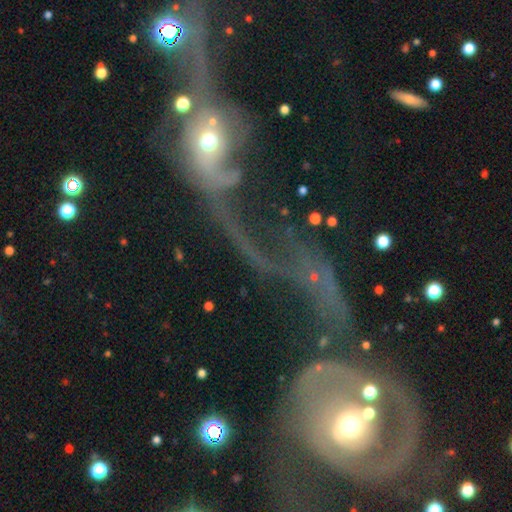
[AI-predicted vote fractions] Morphology: type=featured or disk (69%); edge-on=no (94%); bar=no (67%); spiral arms=yes (68%); bulge=moderate (52%); merging=merger (63%).